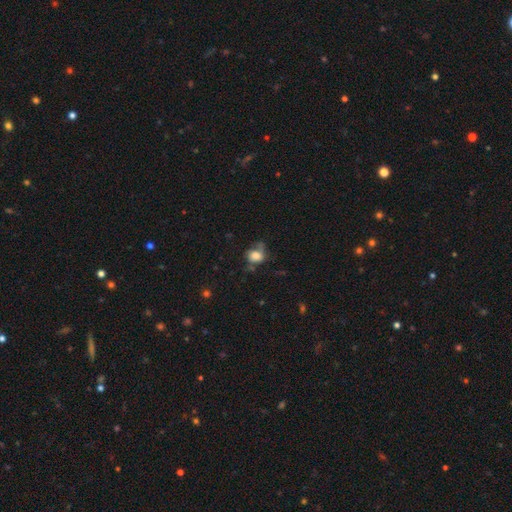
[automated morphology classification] Smooth or featured? smooth (76%)
How rounded? round (60%)
Merging? none (43%)